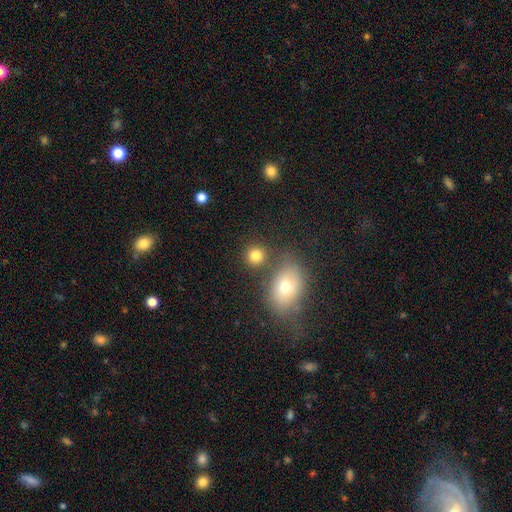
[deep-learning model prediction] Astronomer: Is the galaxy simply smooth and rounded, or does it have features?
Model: smooth — 80%.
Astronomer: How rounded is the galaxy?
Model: round — 84%.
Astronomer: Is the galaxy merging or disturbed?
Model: none — 74%.